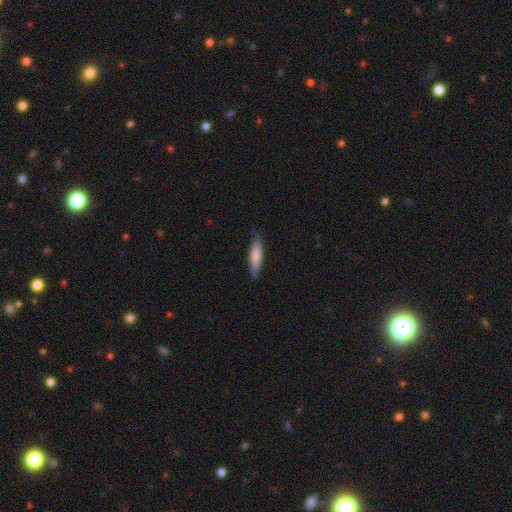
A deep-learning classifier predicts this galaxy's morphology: type=smooth (76%); roundness=cigar-shaped (74%); merging=none (83%).